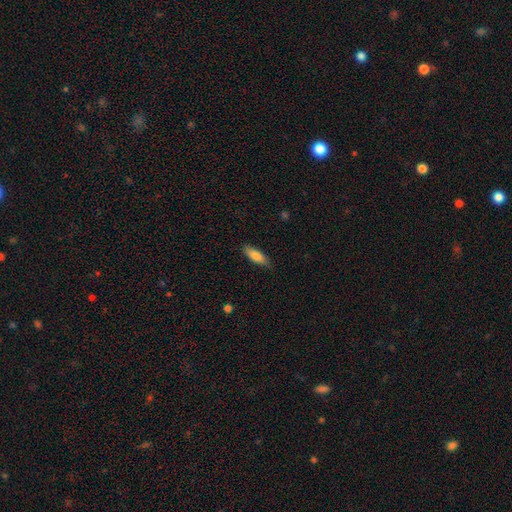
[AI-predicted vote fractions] The model was most divided on "how rounded": in between: 57%, cigar-shaped: 41%, round: 2%. More confident: merging — none (83%); smooth or featured — smooth (80%).